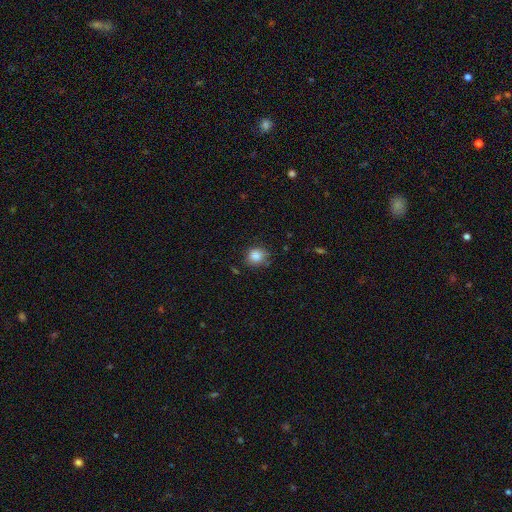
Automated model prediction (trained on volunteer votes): smooth-or-featured: smooth: 85% | star or artifact: 10% | featured or disk: 5%
  how-rounded: round: 80% | in between: 19% | cigar-shaped: 1%
  merging: none: 77% | minor disturbance: 17% | major disturbance: 4% | merger: 3%